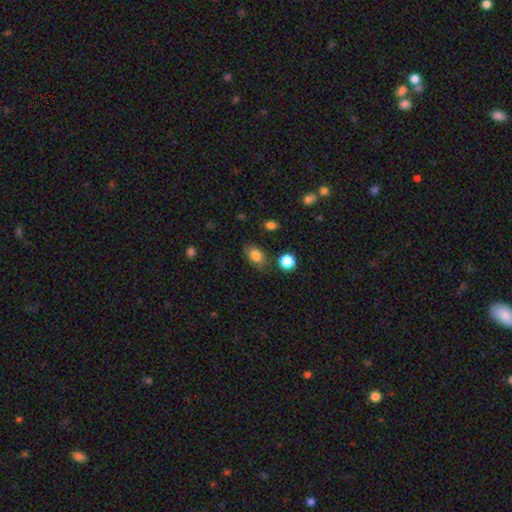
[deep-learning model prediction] This is clearly a smooth galaxy (83%). How rounded: clearly in between (85%). Merging: likely none (79%).